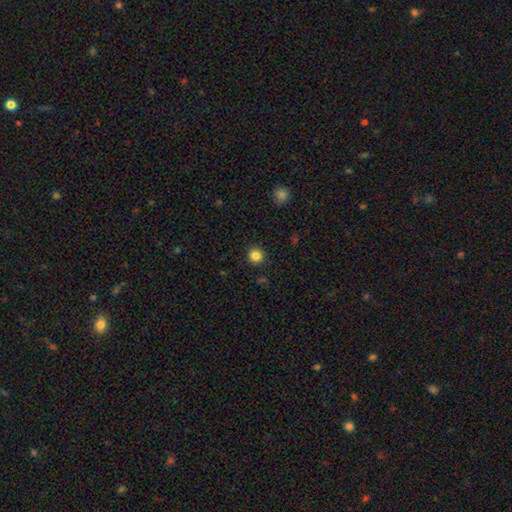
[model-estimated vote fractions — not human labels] Smooth or featured? smooth (84%)
How rounded? round (93%)
Merging? none (91%)